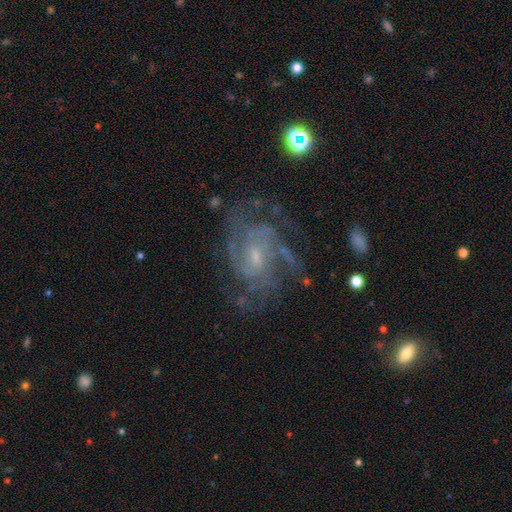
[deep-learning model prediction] A featured or disk galaxy (86%) with no bar (46%), tight (46%) spiral arms (95%) and a small central bulge (64%).

Vote fractions:
- Smooth or featured? featured or disk: 86% / star or artifact: 8% / smooth: 6%
- Edge-on disk? no: 97% / yes: 3%
- Bar? no: 46% / weak: 45% / strong: 9%
- Spiral arms? yes: 95% / no: 5%
- Spiral winding? tight: 46% / medium: 43% / loose: 11%
- Spiral arm count? can't tell: 27% / 3: 24% / 2: 18% / 4: 17% / more than 4: 7% / 1: 6%
- Bulge size? small: 64% / moderate: 26% / none: 8% / large: 2% / dominant: 1%
- Merging? none: 67% / minor disturbance: 17% / major disturbance: 14% / merger: 2%